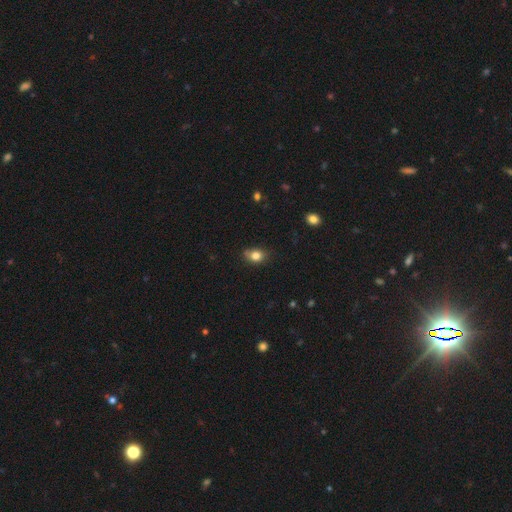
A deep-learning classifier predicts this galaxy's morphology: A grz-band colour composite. It shows a smooth galaxy with no disk features (81%) that is in between round and cigar-shaped (55%). Merging: none (64%).